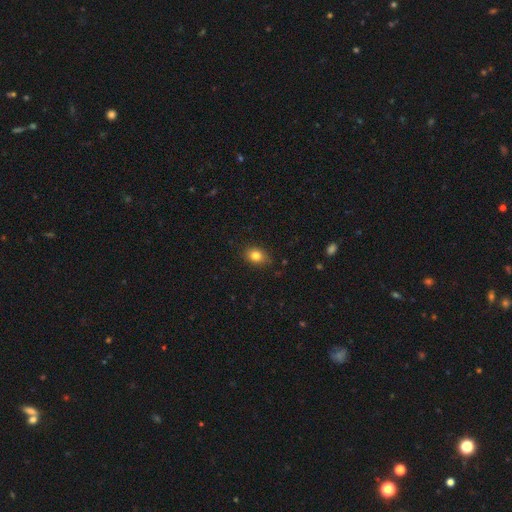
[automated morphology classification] smooth 82%, star or artifact 10%, featured or disk 8%. Down the decision tree: how rounded — in between (65%); merging — none (82%).